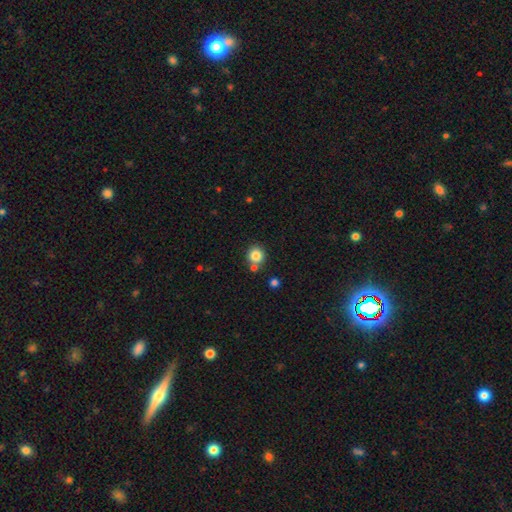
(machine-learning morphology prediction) Smooth or featured?
  - smooth: 83% *
  - star or artifact: 11%
  - featured or disk: 6%
How rounded?
  - round: 90% *
  - in between: 9%
  - cigar-shaped: 1%
Merging?
  - none: 75% *
  - merger: 14%
  - minor disturbance: 8%
  - major disturbance: 3%